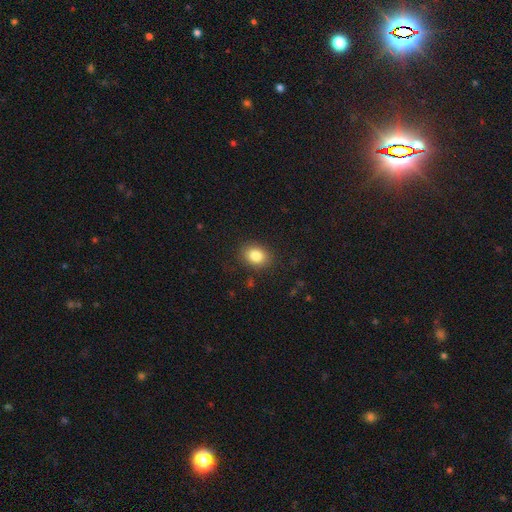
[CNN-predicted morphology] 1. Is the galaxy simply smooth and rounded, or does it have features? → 85% smooth, 9% star or artifact, 6% featured or disk.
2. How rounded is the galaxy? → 57% in between, 42% round, 1% cigar-shaped.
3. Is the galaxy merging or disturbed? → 86% none, 10% minor disturbance, 3% major disturbance, 1% merger.